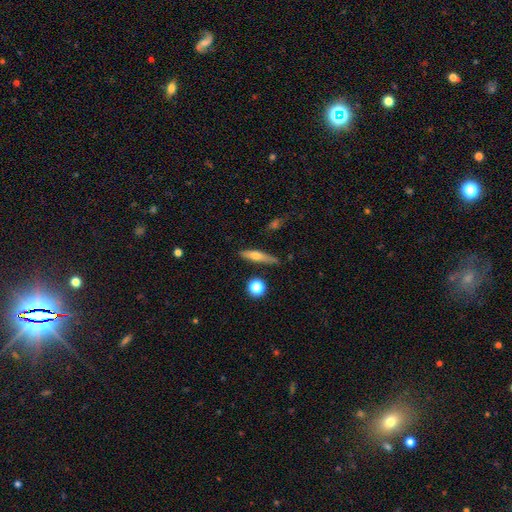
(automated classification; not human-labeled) smooth_or_featured: smooth (p=0.58) [alt: featured or disk p=0.34]
how_rounded: cigar-shaped (p=0.75) [alt: in between p=0.20]
merging: none (p=0.77) [alt: minor disturbance p=0.15]